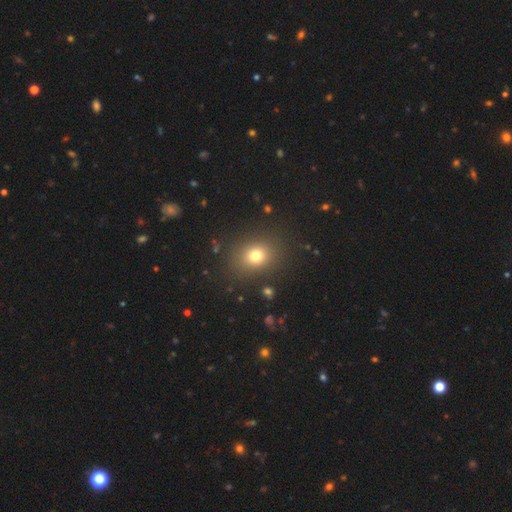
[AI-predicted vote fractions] smooth-or-featured: smooth: 74% | star or artifact: 16% | featured or disk: 9%
  how-rounded: round: 59% | in between: 40% | cigar-shaped: 1%
  merging: none: 86% | minor disturbance: 8% | major disturbance: 4% | merger: 2%